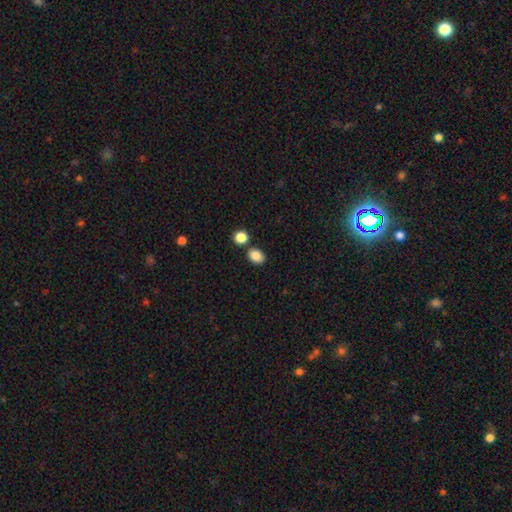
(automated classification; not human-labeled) smooth 86%, star or artifact 10%, featured or disk 4%. Down the decision tree: how rounded — in between (70%); merging — none (78%).